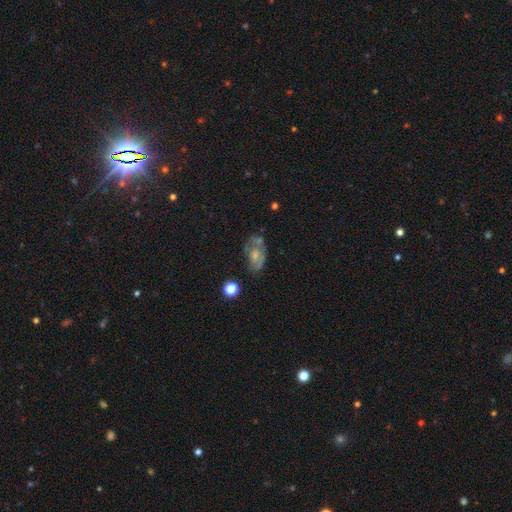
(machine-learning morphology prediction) A smooth galaxy with no disk features (45%). Merging: none (41%).